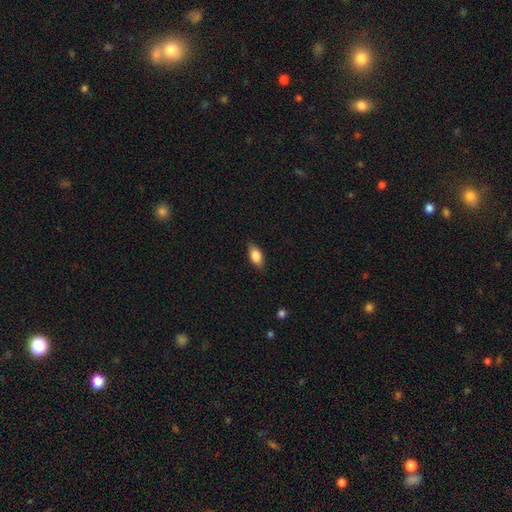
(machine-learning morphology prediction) smooth 78%, featured or disk 15%, star or artifact 7%. Down the decision tree: how rounded — in between (85%); merging — none (84%).